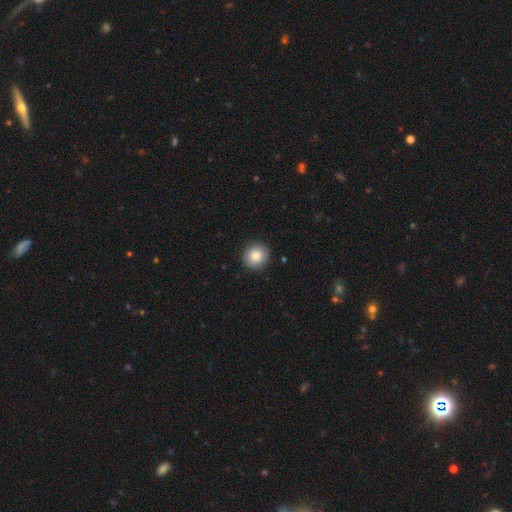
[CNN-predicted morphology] Smooth or featured?
  - smooth: 84% *
  - star or artifact: 9%
  - featured or disk: 7%
How rounded?
  - round: 91% *
  - in between: 8%
  - cigar-shaped: 1%
Merging?
  - none: 90% *
  - minor disturbance: 7%
  - major disturbance: 2%
  - merger: 1%